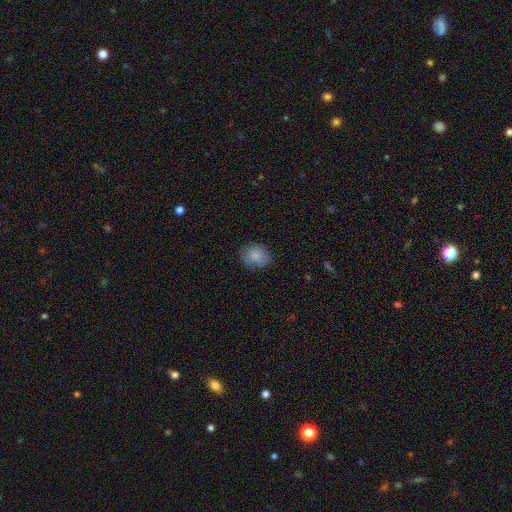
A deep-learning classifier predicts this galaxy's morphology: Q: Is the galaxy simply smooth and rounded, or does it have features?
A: smooth — 84%.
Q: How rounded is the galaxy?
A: in between — 50%.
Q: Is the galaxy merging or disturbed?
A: none — 75%.